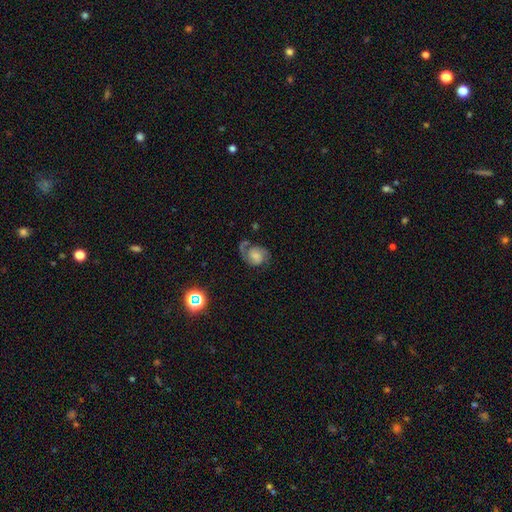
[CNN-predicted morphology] A featured or disk galaxy (75%) with no bar (65%), 2 (75%) medium (48%) spiral arms (95%) and a small central bulge (41%).

Vote fractions:
- Smooth or featured? featured or disk: 75% / smooth: 17% / star or artifact: 8%
- Edge-on disk? no: 98% / yes: 2%
- Bar? no: 65% / weak: 30% / strong: 6%
- Spiral arms? yes: 95% / no: 5%
- Spiral winding? medium: 48% / tight: 29% / loose: 23%
- Spiral arm count? 2: 75% / 1: 17% / can't tell: 5% / 3: 2% / 4: 1% / more than 4: 1%
- Bulge size? small: 41% / moderate: 28% / none: 18% / large: 10% / dominant: 3%
- Merging? none: 57% / minor disturbance: 21% / major disturbance: 18% / merger: 4%